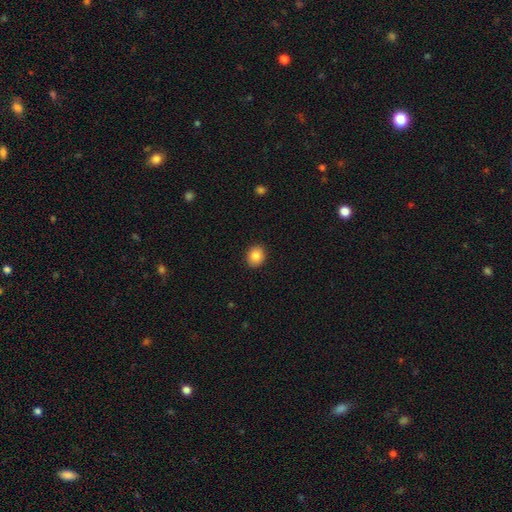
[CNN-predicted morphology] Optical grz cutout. It shows a smooth galaxy with no disk features (86%) that is round (63%). Merging: none (91%).